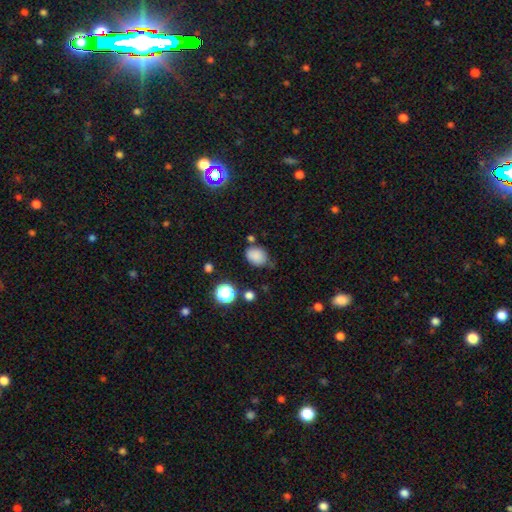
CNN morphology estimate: smooth-or-featured: smooth: 83% | star or artifact: 12% | featured or disk: 6%
  how-rounded: in between: 56% | round: 43% | cigar-shaped: 1%
  merging: none: 63% | minor disturbance: 26% | major disturbance: 5% | merger: 5%